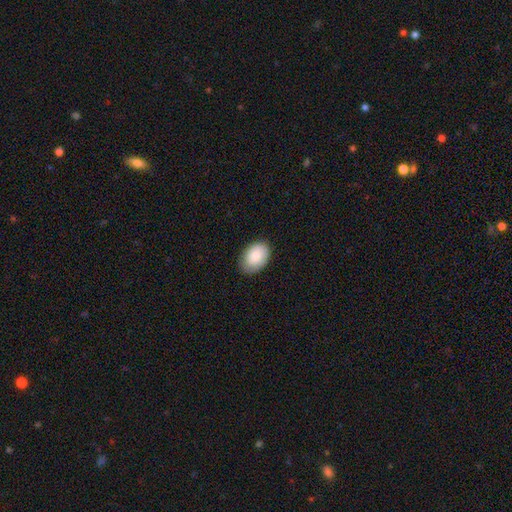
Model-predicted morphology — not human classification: smooth-or-featured: smooth: 84% | featured or disk: 9% | star or artifact: 6%
  how-rounded: in between: 83% | round: 16% | cigar-shaped: 1%
  merging: none: 79% | minor disturbance: 17% | major disturbance: 3% | merger: 1%